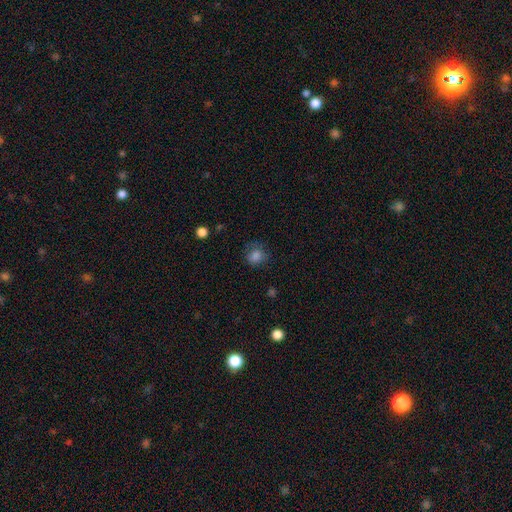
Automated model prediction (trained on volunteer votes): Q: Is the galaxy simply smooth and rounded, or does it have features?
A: smooth — 81%.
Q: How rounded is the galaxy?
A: round — 78%.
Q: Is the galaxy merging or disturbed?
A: none — 70%.